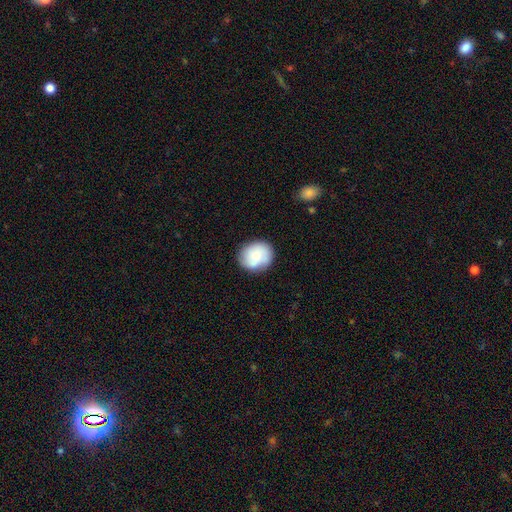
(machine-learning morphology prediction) smooth 67%, featured or disk 25%, star or artifact 7%. Down the decision tree: how rounded — round (70%); merging — none (74%).